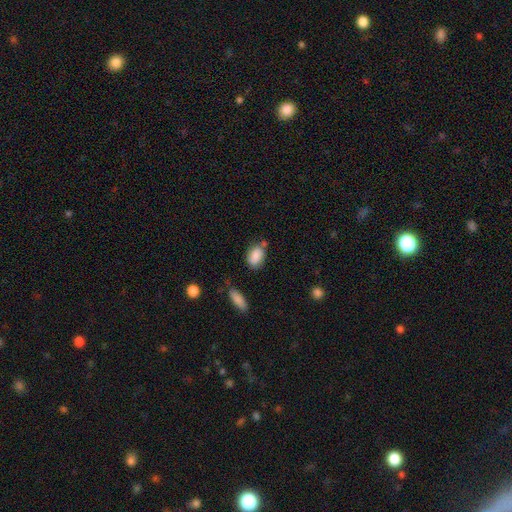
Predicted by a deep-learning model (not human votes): Smooth or featured? Predicted: smooth (p=0.86). How rounded? Predicted: in between (p=0.84). Merging? Predicted: none (p=0.62).